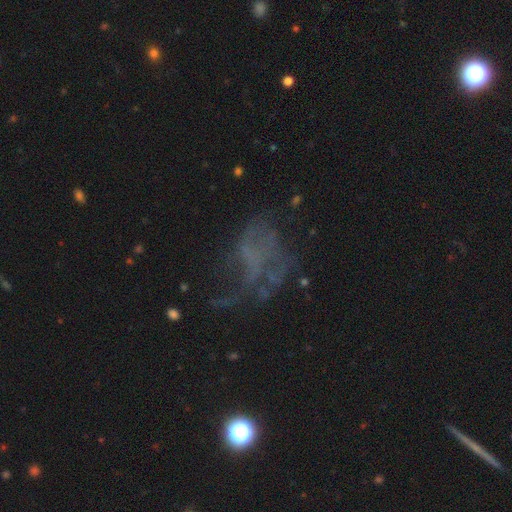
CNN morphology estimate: Smooth or featured? featured or disk (52%)
Edge-on disk? no (97%)
Bar? no (85%)
Spiral arms? no (66%)
Bulge size? none (79%)
Merging? major disturbance (42%)